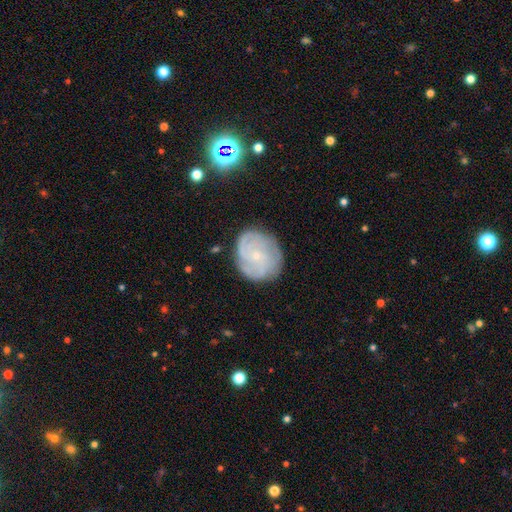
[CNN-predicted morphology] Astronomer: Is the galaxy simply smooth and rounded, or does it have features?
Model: featured or disk — 69%.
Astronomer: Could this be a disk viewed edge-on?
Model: no — 98%.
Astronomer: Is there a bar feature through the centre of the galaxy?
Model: no — 79%.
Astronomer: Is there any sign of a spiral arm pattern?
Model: yes — 89%.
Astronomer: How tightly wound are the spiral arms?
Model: tight — 59%.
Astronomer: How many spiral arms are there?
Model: can't tell — 35% (runner-up: 3, 24%).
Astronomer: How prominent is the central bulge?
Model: small — 83%.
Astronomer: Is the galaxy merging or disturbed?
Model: none — 77%.